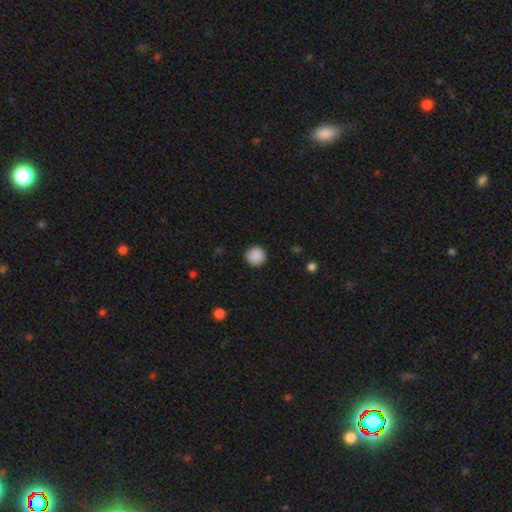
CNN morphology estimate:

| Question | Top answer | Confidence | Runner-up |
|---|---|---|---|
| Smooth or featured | smooth | 89% | star or artifact (9%) |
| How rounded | round | 95% | in between (4%) |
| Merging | none | 91% | minor disturbance (6%) |